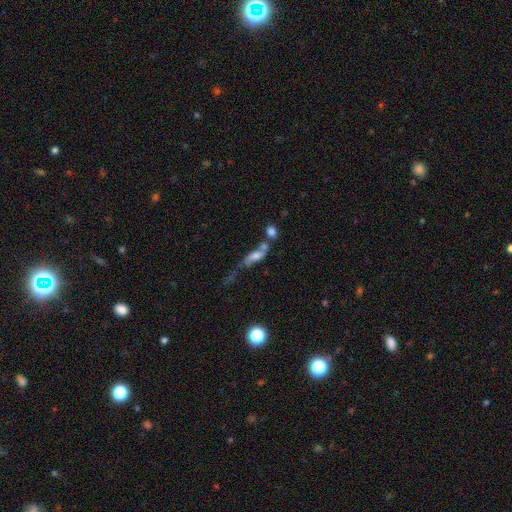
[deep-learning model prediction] Smooth or featured? smooth (47%)
Merging? merger (45%)